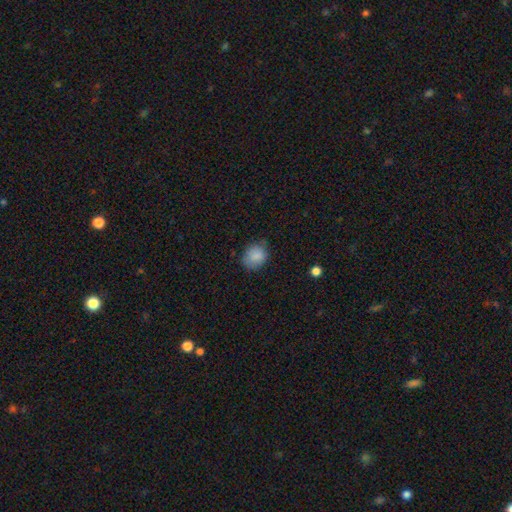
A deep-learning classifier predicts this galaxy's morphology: This appears to be a smooth galaxy with no disk features (85%) that is round (60%). Merging: none (70%).